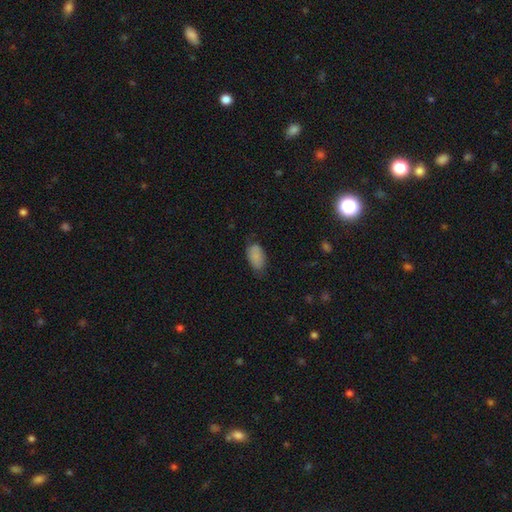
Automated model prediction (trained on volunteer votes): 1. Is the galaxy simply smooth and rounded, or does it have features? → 85% smooth, 7% featured or disk, 7% star or artifact.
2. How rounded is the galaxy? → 94% in between, 4% round, 2% cigar-shaped.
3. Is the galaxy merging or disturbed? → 66% none, 27% minor disturbance, 6% major disturbance, 1% merger.